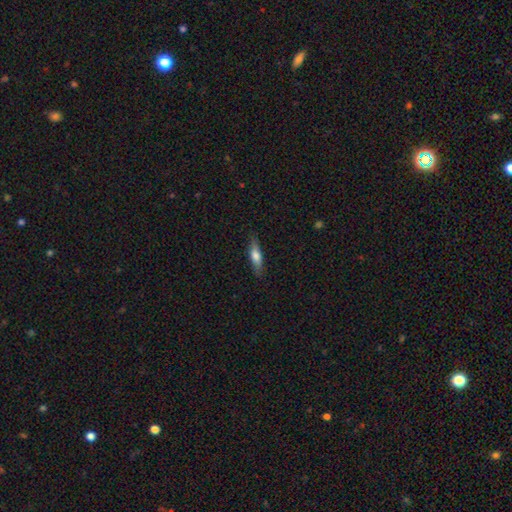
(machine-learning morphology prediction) A smooth galaxy with no disk features (59%) that is cigar-shaped (69%).

Vote fractions:
- Smooth or featured? smooth: 59% / featured or disk: 35% / star or artifact: 6%
- How rounded? cigar-shaped: 69% / in between: 29% / round: 2%
- Merging? none: 84% / minor disturbance: 12% / major disturbance: 3% / merger: 1%